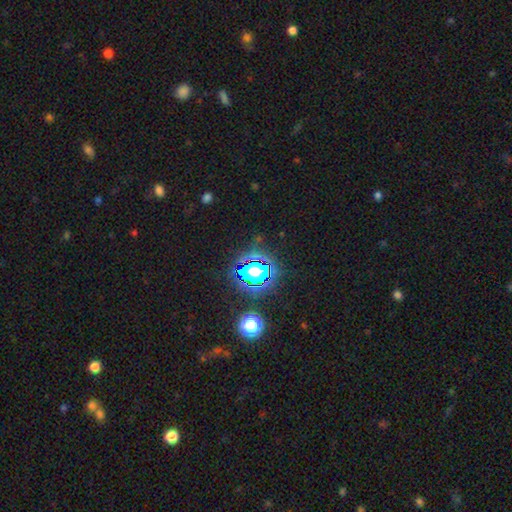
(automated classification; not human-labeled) Morphology: type=star or artifact (70%).